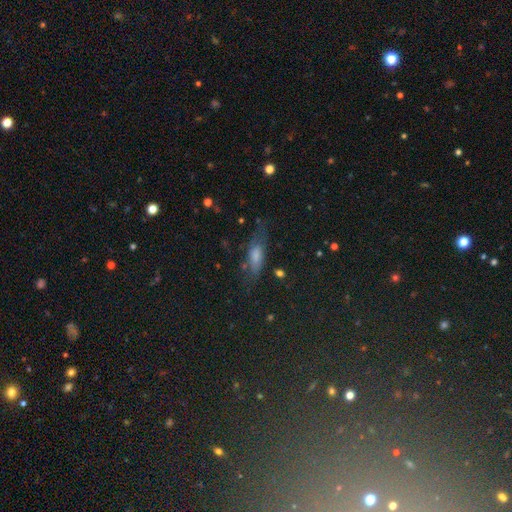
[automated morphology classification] Overall: smooth (67%). How rounded: in between (65%; cigar-shaped 31%). Merging: none (52%; minor disturbance 27%).